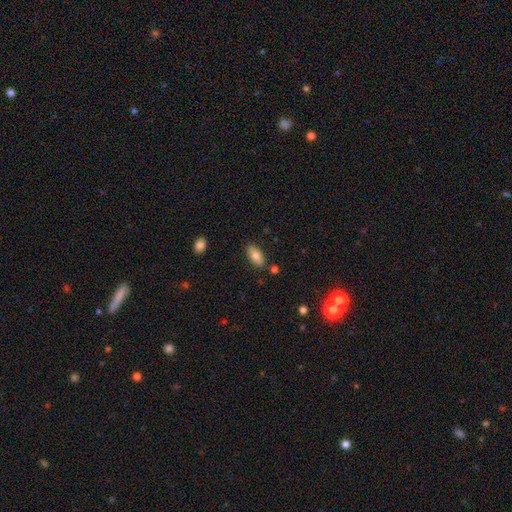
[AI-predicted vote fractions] Q: Smooth or featured?
A: smooth (79%); runner-up: featured or disk (14%)
Q: How rounded?
A: in between (92%); runner-up: cigar-shaped (5%)
Q: Merging?
A: none (83%); runner-up: minor disturbance (11%)